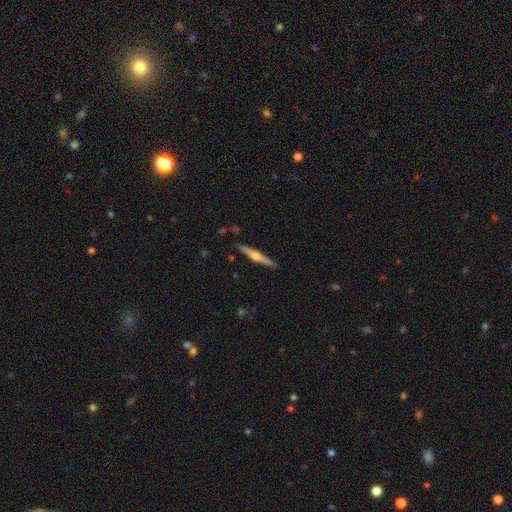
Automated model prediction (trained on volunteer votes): This appears to be a featured or disk galaxy (75%) viewed edge-on (98%) with a rounded central bulge (93%). Merging: none (89%).